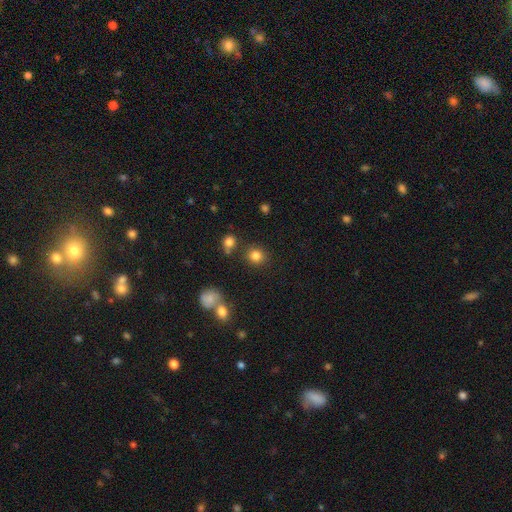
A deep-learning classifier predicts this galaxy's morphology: Smooth or featured? Predicted: smooth (p=0.82). How rounded? Predicted: round (p=0.86). Merging? Predicted: none (p=0.81).